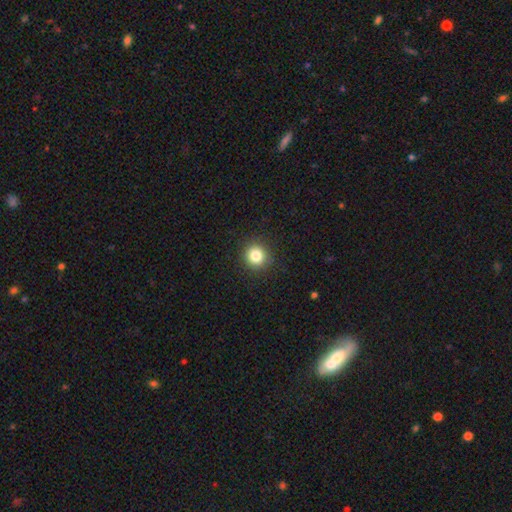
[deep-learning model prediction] smooth-or-featured: smooth: 84% | star or artifact: 11% | featured or disk: 5%
  how-rounded: round: 93% | in between: 6% | cigar-shaped: 1%
  merging: none: 92% | minor disturbance: 6% | major disturbance: 2% | merger: 1%